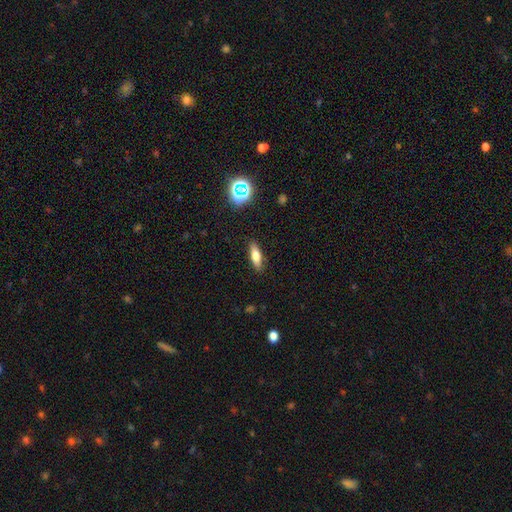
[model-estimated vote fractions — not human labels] Morphology: type=smooth (68%); roundness=in between (51%); merging=none (87%).